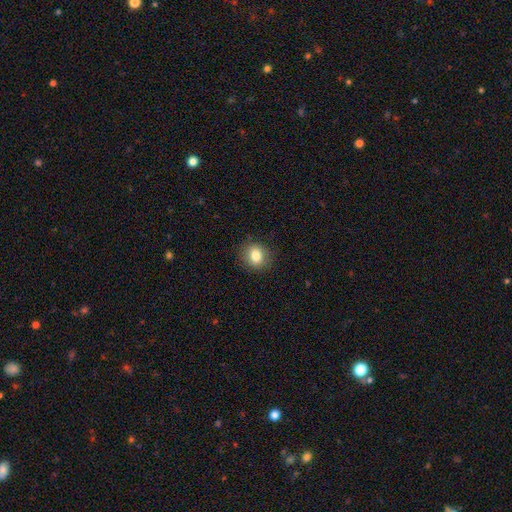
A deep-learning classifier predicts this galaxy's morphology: Smooth or featured?
  - smooth: 82% *
  - star or artifact: 10%
  - featured or disk: 8%
How rounded?
  - round: 72% *
  - in between: 27%
  - cigar-shaped: 1%
Merging?
  - none: 87% *
  - minor disturbance: 9%
  - major disturbance: 3%
  - merger: 1%